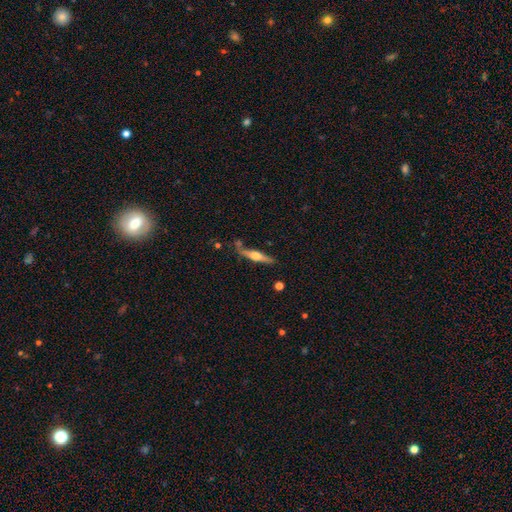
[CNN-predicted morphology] Smooth or featured: featured or disk — 63% (smooth — 31%)
Edge-on disk: yes — 96% (no — 4%)
Edge-on bulge: rounded — 91% (boxy — 6%)
Merging: none — 75% (minor disturbance — 15%)